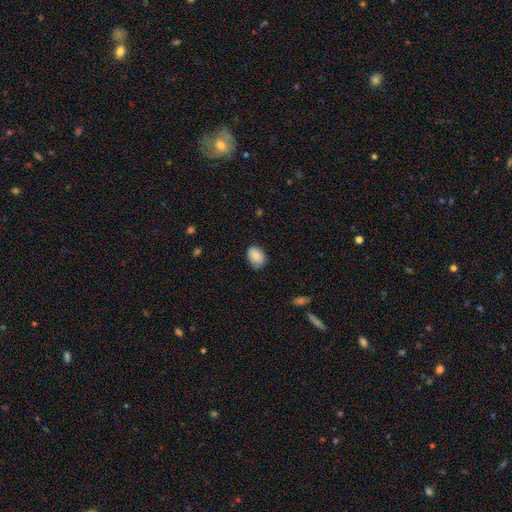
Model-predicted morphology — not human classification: Overall: smooth (85%). How rounded: in between (80%). Merging: none (71%).